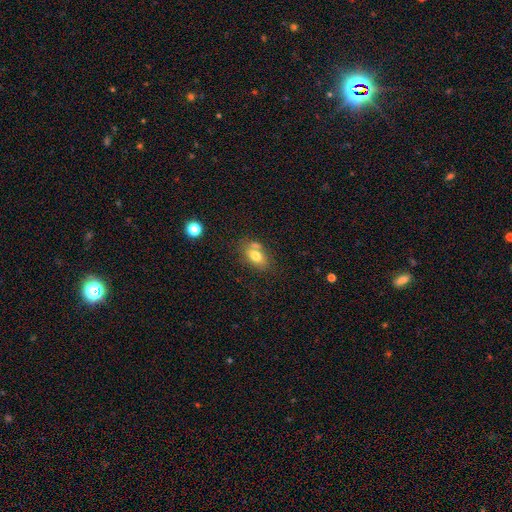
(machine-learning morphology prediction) A smooth galaxy with no disk features (74%) that is in between round and cigar-shaped (84%). Merging: none (54%).